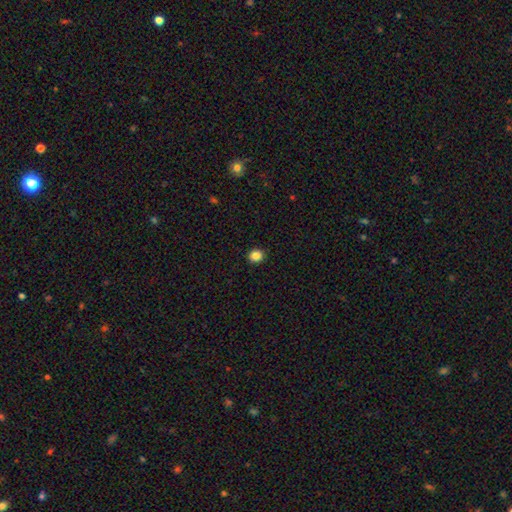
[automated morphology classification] Overall: smooth (86%). How rounded: round (80%). Merging: none (92%).